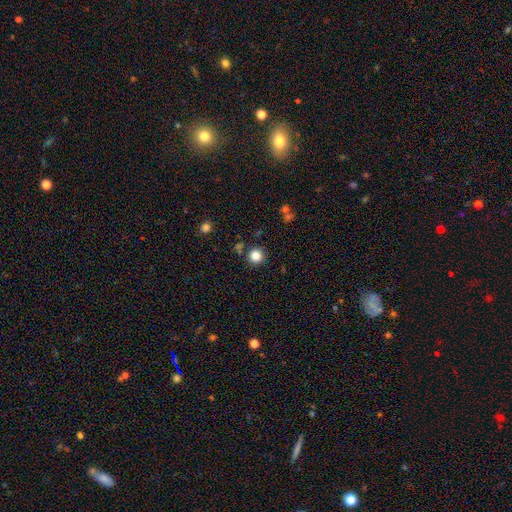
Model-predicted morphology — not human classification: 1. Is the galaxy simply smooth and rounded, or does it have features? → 83% smooth, 12% star or artifact, 5% featured or disk.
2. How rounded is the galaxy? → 95% round, 5% in between, 1% cigar-shaped.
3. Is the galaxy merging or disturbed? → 88% none, 6% minor disturbance, 4% merger, 2% major disturbance.